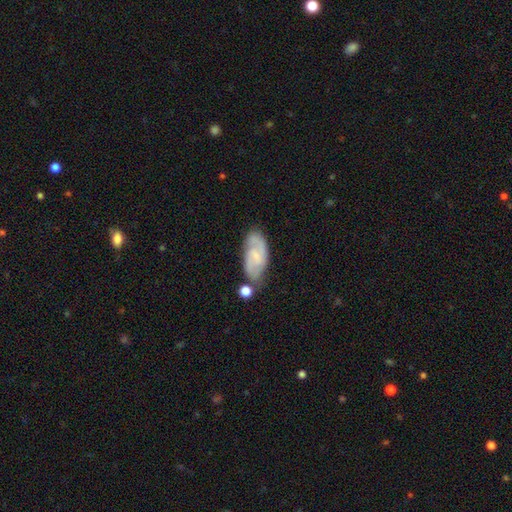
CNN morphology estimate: smooth-or-featured: featured or disk: 72% | smooth: 22% | star or artifact: 7%
  disk-edge-on: no: 95% | yes: 5%
    bar: weak: 45% | no: 44% | strong: 10%
    has-spiral-arms: yes: 94% | no: 6%
      spiral-winding: medium: 48% | tight: 36% | loose: 17%
      spiral-arm-count: 2: 80% | can't tell: 11% | 3: 5% | 1: 2% | 4: 1% | more than 4: 1%
    bulge-size: small: 60% | none: 21% | moderate: 16% | large: 2% | dominant: 1%
  merging: none: 65% | minor disturbance: 19% | merger: 10% | major disturbance: 5%